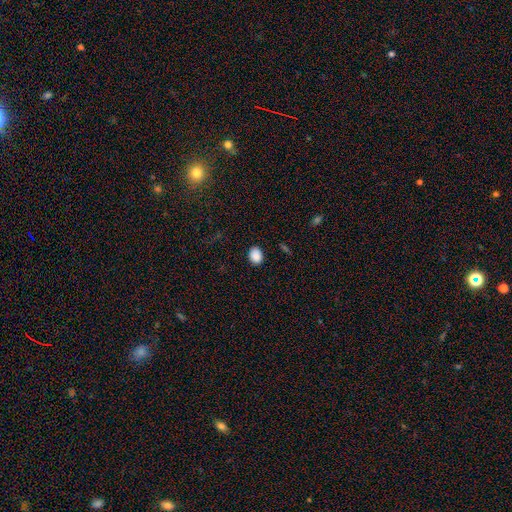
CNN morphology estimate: smooth 88%, star or artifact 9%, featured or disk 3%. Down the decision tree: how rounded — in between (60%); merging — none (86%).